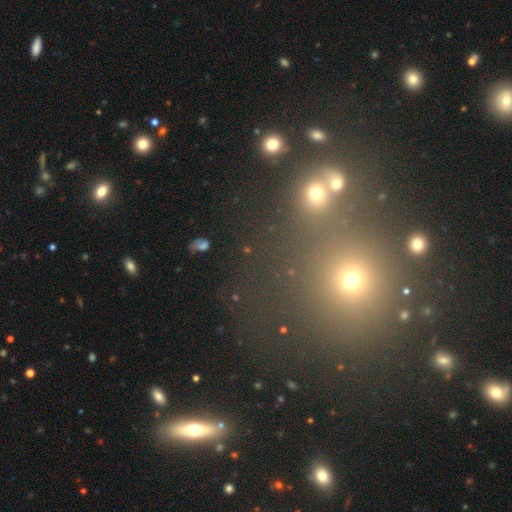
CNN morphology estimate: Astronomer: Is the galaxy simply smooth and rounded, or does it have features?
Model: star or artifact — 44%, tied with smooth at 44%.